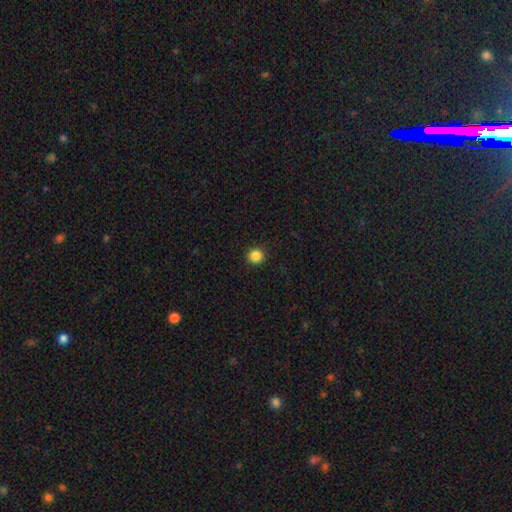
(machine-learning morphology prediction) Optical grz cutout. It shows a smooth galaxy with no disk features (86%) that is round (92%). Merging: none (92%).